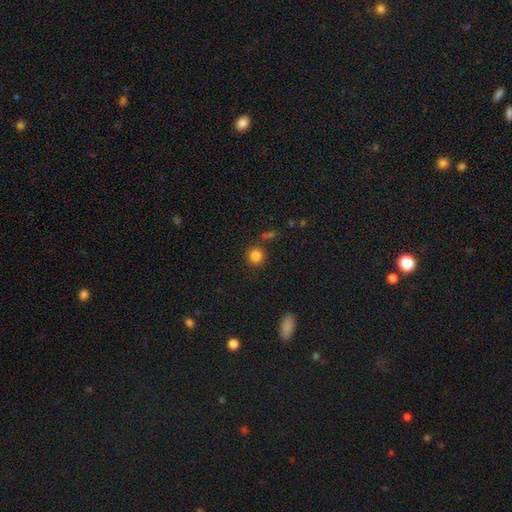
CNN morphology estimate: smooth_or_featured: smooth (p=0.84) [alt: star or artifact p=0.11]
how_rounded: round (p=0.91) [alt: in between p=0.08]
merging: none (p=0.83) [alt: minor disturbance p=0.08]